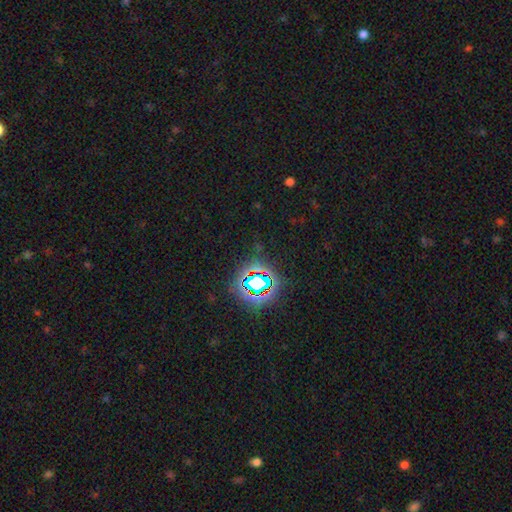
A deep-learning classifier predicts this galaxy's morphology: This appears to be a star or artifact, not a galaxy (79%).